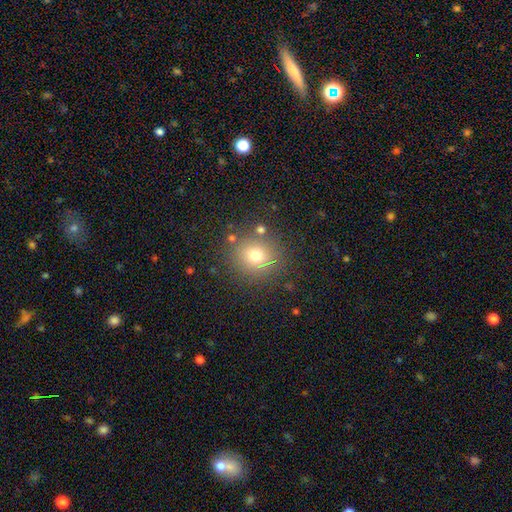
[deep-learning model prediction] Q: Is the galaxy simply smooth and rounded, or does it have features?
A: smooth — 72%.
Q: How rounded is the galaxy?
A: round — 86%.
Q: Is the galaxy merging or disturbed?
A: none — 81%.